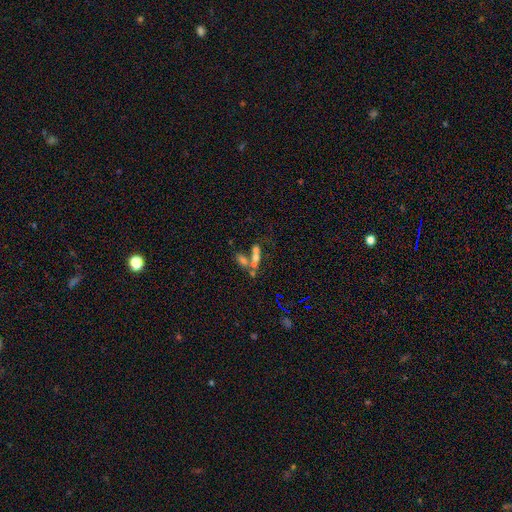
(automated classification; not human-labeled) A smooth galaxy with no disk features (45%).

Vote fractions:
- Smooth or featured? smooth: 45% / featured or disk: 36% / star or artifact: 19%
- Merging? merger: 56% / none: 25% / major disturbance: 10% / minor disturbance: 9%